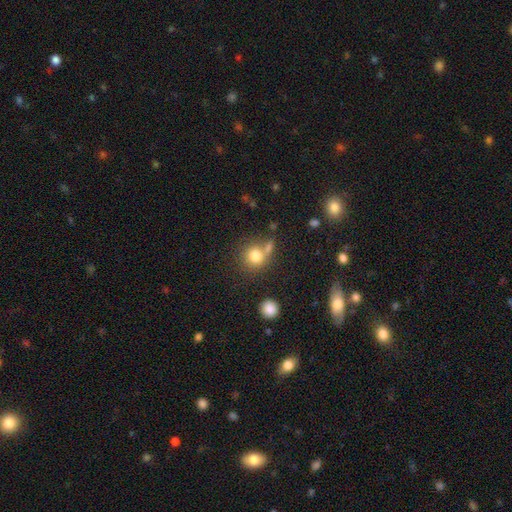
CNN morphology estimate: Q: Smooth or featured?
A: smooth (78%); runner-up: star or artifact (12%)
Q: How rounded?
A: round (86%); runner-up: in between (13%)
Q: Merging?
A: none (58%); runner-up: merger (25%)